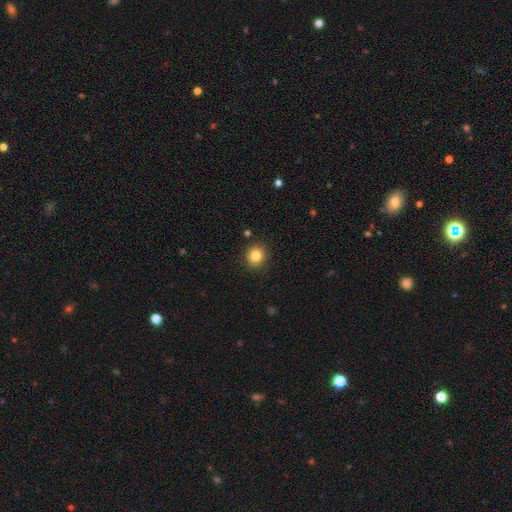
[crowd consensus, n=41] A smooth galaxy with no disk features (83%) that is round (91%). Merging: none (84%).